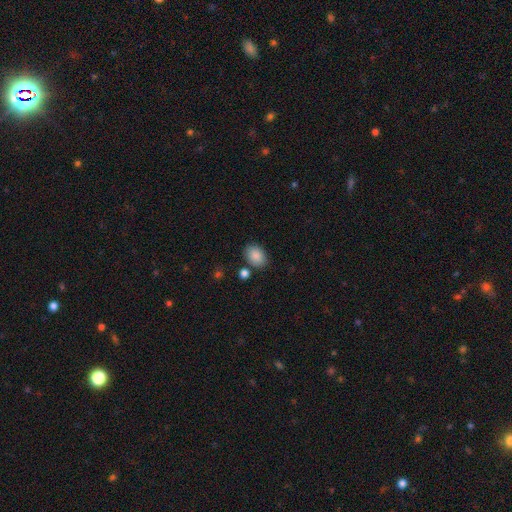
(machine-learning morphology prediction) Smooth or featured? smooth (88%)
How rounded? in between (78%)
Merging? none (79%)